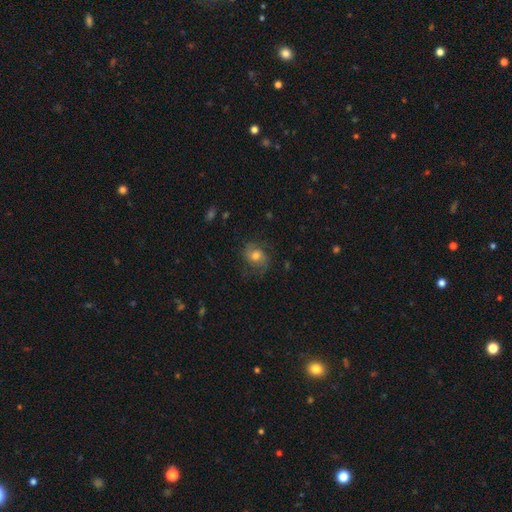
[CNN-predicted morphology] Overall: featured or disk (54%; smooth 36%). Edge-on disk: no (97%). Bar: no (64%; weak 31%). Spiral arms: yes (87%). Bulge size: moderate (64%). Merging: none (68%).